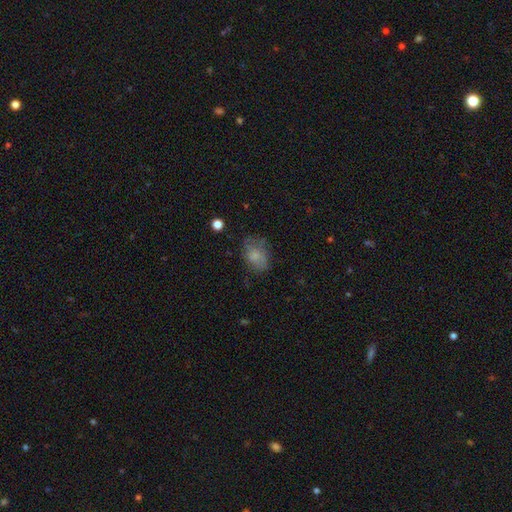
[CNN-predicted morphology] The model was most divided on "merging": none: 55%, minor disturbance: 26%, major disturbance: 16%, merger: 2%. More confident: how rounded — in between (75%); smooth or featured — smooth (68%).